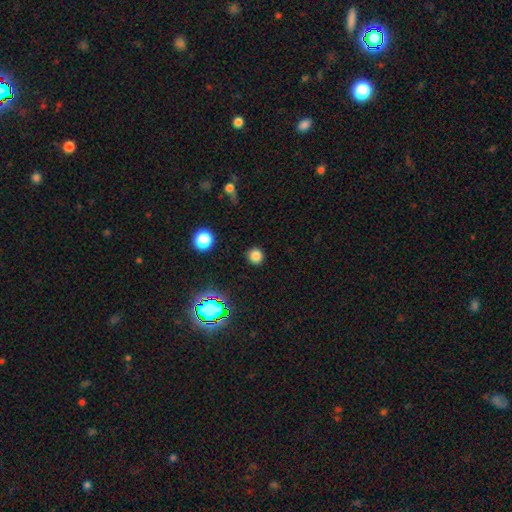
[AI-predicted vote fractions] Overall: smooth (79%). How rounded: round (92%). Merging: none (90%).